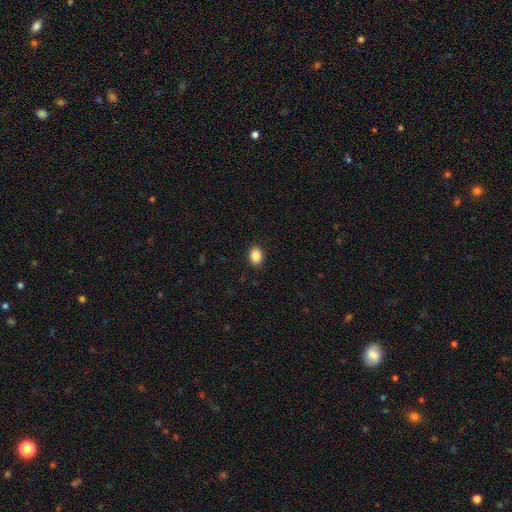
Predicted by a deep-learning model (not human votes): The model was most divided on "how rounded": in between: 66%, round: 33%, cigar-shaped: 1%. More confident: merging — none (90%); smooth or featured — smooth (88%).